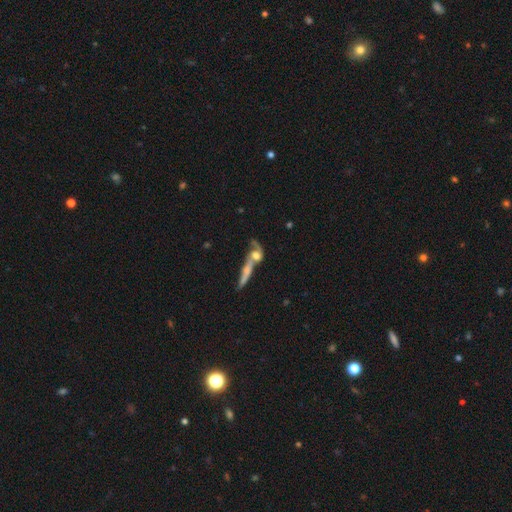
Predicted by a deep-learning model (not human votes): This is possibly a featured or disk galaxy (54%). It is likely not viewed edge-on (63%). Merging: possibly merger (59%).